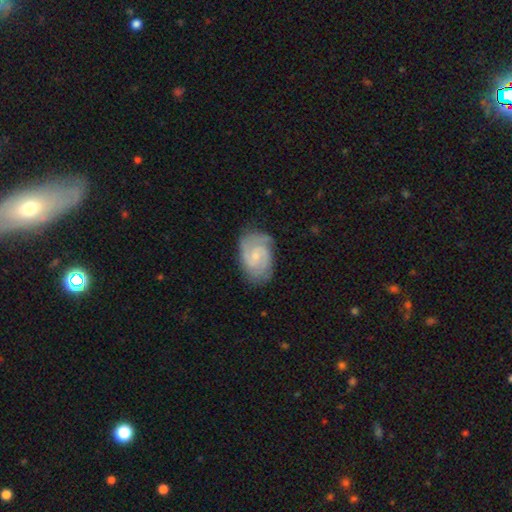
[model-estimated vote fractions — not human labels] Smooth or featured? featured or disk (84%)
Edge-on disk? no (98%)
Bar? no (49%)
Spiral arms? yes (97%)
Spiral winding? tight (50%)
Spiral arm count? 2 (67%)
Bulge size? small (67%)
Merging? none (74%)